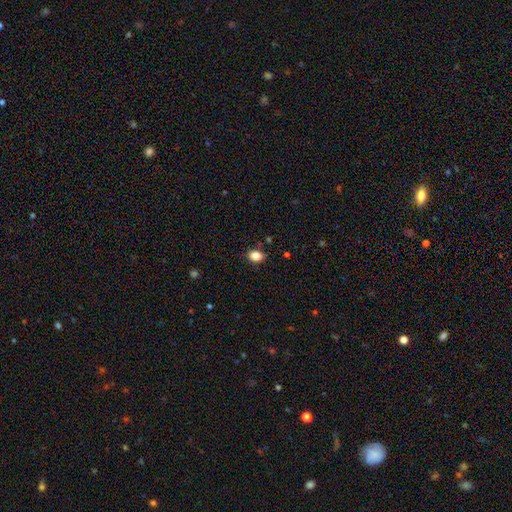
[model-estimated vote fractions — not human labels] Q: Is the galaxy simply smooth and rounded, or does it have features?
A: smooth — 85%.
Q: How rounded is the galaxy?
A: in between — 72%.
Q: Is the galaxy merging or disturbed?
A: none — 84%.